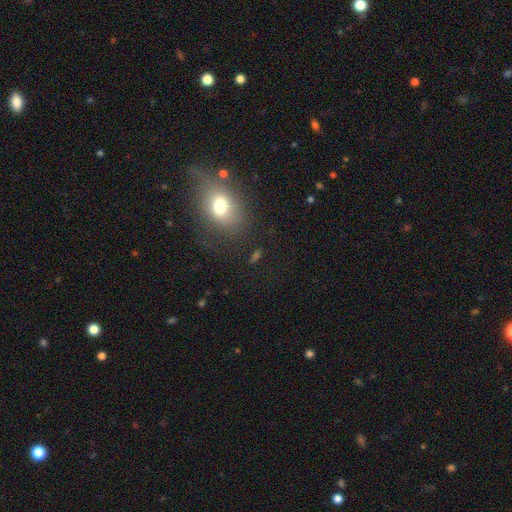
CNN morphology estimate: This is likely a smooth galaxy (61%). How rounded: possibly in between (57%). Merging: likely none (68%).